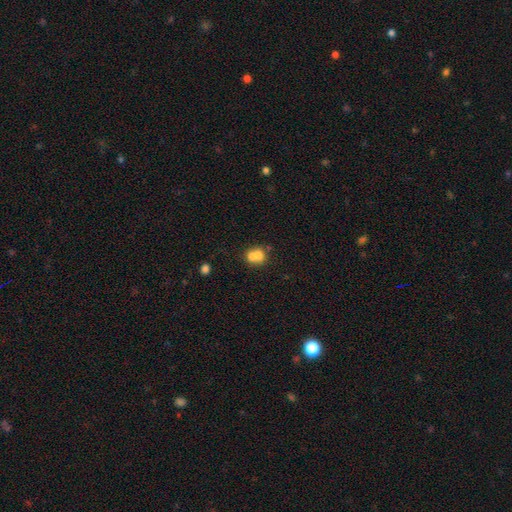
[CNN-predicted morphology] smooth-or-featured: smooth: 69% | featured or disk: 21% | star or artifact: 10%
  how-rounded: round: 72% | in between: 27% | cigar-shaped: 1%
  merging: merger: 62% | none: 28% | minor disturbance: 7% | major disturbance: 3%